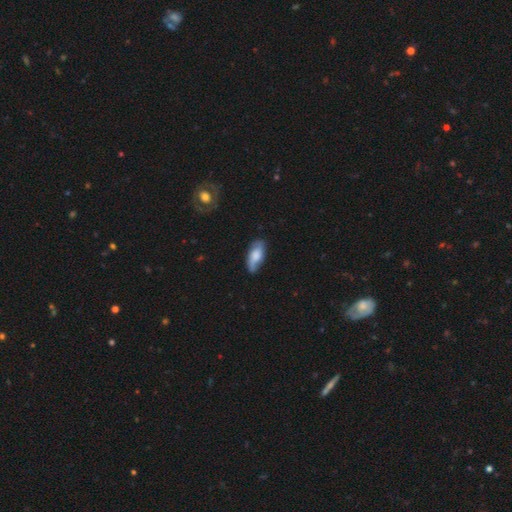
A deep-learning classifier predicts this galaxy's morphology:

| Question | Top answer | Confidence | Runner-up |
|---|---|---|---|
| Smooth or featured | smooth | 56% | featured or disk (37%) |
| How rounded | in between | 81% | cigar-shaped (16%) |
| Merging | none | 73% | minor disturbance (20%) |